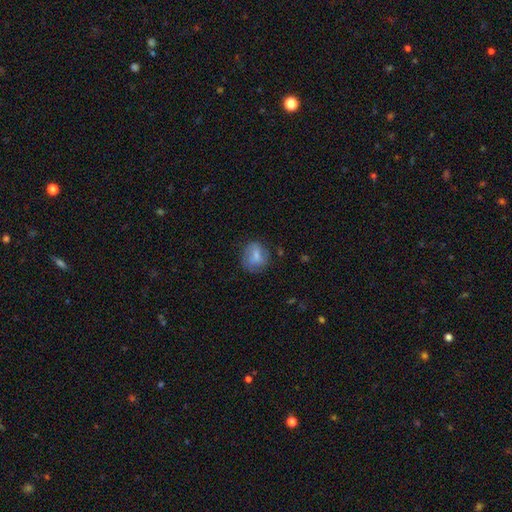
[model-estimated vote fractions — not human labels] A smooth galaxy with no disk features (67%) that is round (67%).

Vote fractions:
- Smooth or featured? smooth: 67% / featured or disk: 25% / star or artifact: 8%
- How rounded? round: 67% / in between: 31% / cigar-shaped: 1%
- Merging? none: 65% / minor disturbance: 23% / major disturbance: 10% / merger: 2%